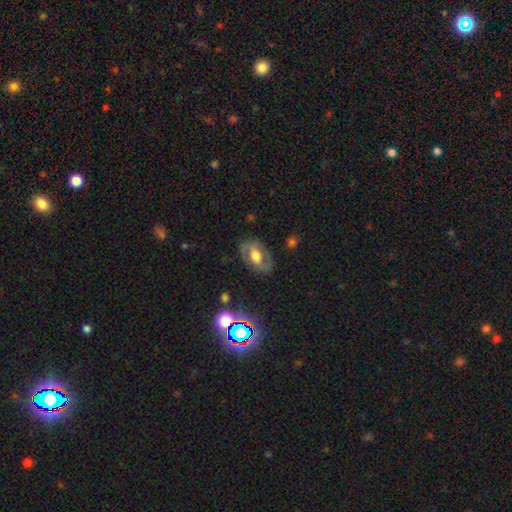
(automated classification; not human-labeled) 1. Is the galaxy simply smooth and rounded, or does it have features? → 67% featured or disk, 24% smooth, 9% star or artifact.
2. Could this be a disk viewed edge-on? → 94% no, 6% yes.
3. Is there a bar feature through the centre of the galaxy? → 42% no, 36% weak, 22% strong.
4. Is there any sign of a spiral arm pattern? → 74% yes, 26% no.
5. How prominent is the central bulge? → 52% moderate, 33% large, 9% small, 3% dominant, 2% none.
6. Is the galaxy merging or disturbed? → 78% none, 14% minor disturbance, 7% major disturbance, 1% merger.